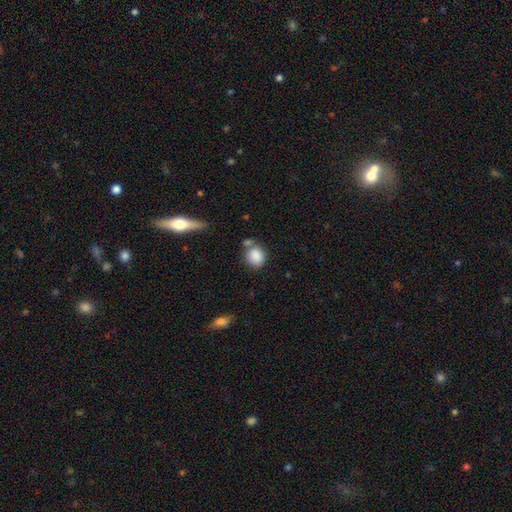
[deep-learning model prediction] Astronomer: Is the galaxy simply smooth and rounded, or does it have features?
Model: smooth — 86%.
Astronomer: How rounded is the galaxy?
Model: round — 70%.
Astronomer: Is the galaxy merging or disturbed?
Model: none — 59%.